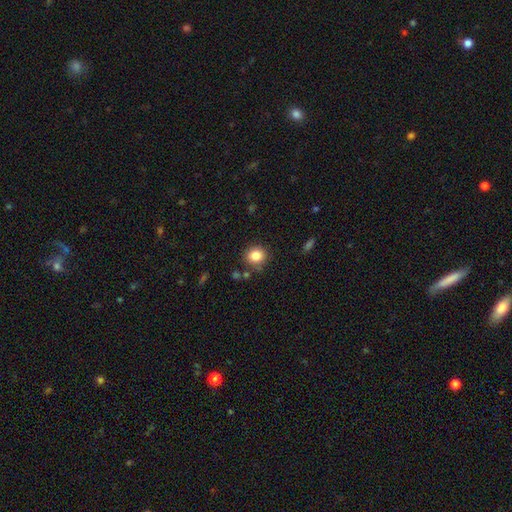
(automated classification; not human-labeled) Overall: smooth (84%). How rounded: round (84%). Merging: none (83%).